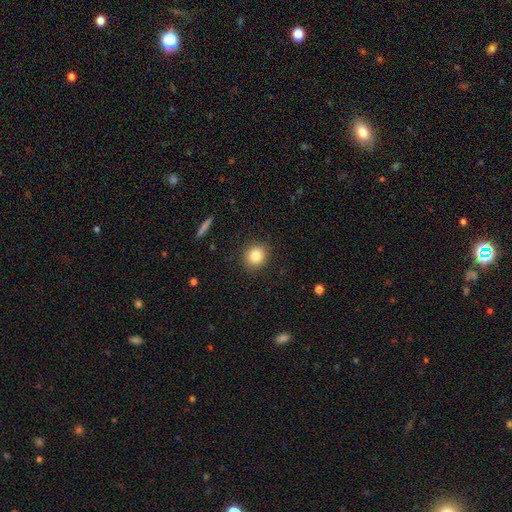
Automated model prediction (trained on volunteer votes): Smooth or featured: smooth — 82% (star or artifact — 10%)
How rounded: round — 84% (in between — 15%)
Merging: none — 90% (minor disturbance — 7%)